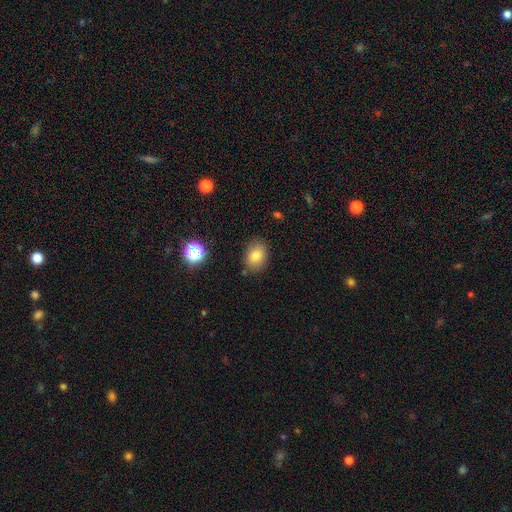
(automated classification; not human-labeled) smooth-or-featured: smooth: 79% | star or artifact: 11% | featured or disk: 9%
  how-rounded: in between: 69% | round: 30% | cigar-shaped: 1%
  merging: none: 81% | minor disturbance: 13% | major disturbance: 3% | merger: 2%